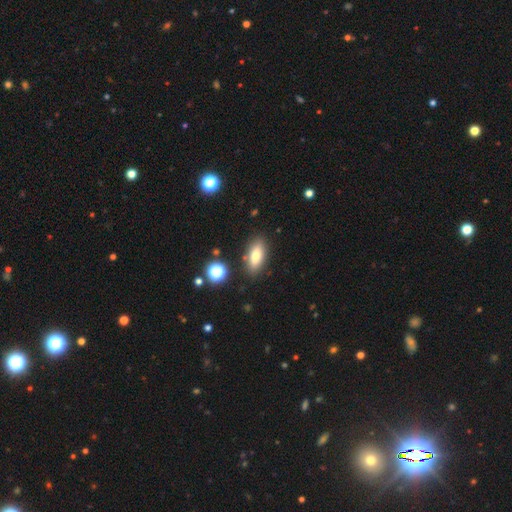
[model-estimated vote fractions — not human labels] Q: Smooth or featured?
A: smooth (76%); runner-up: featured or disk (15%)
Q: How rounded?
A: in between (75%); runner-up: cigar-shaped (22%)
Q: Merging?
A: none (84%); runner-up: minor disturbance (10%)